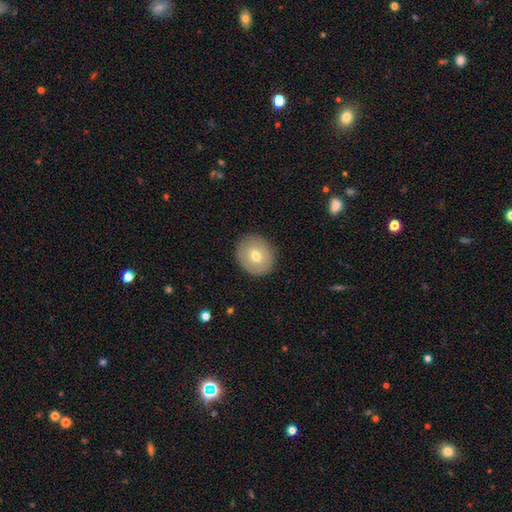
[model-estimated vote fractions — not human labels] A smooth galaxy with no disk features (66%) that is round (77%). Merging: none (88%).